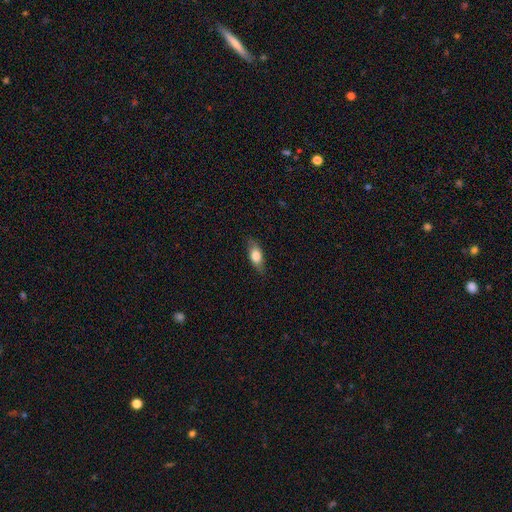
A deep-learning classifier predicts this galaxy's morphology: Smooth or featured? smooth (73%)
How rounded? in between (78%)
Merging? none (81%)